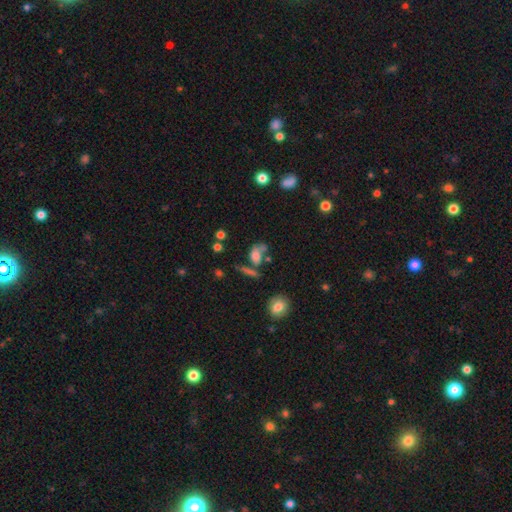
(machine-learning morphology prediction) Smooth or featured? Predicted: smooth (p=0.61). How rounded? Predicted: in between (p=0.70). Merging? Predicted: none (p=0.34).